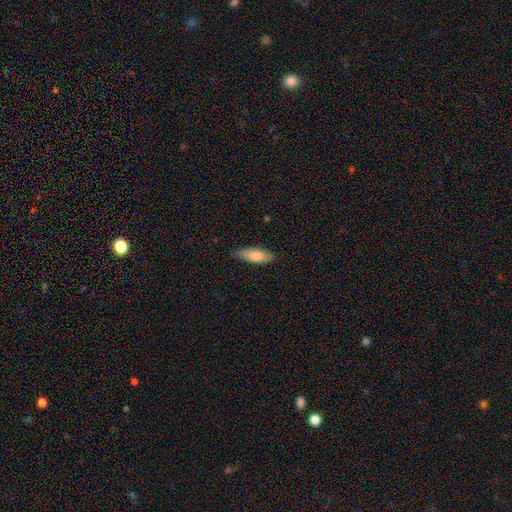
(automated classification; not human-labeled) This appears to be a smooth galaxy with no disk features (83%) that is in between round and cigar-shaped (70%). Merging: none (77%).